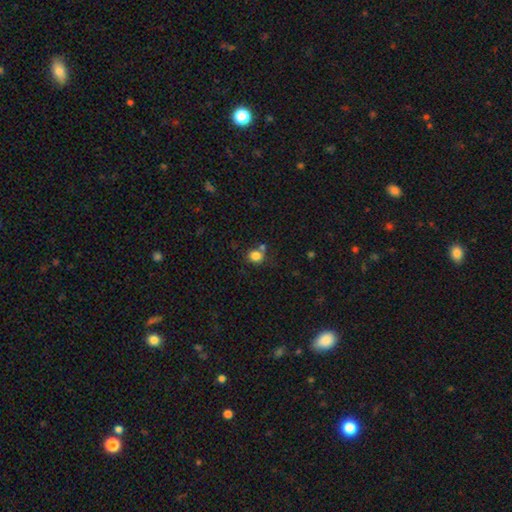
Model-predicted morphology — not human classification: This appears to be a smooth galaxy with no disk features (82%) that is round (77%). Merging: none (63%).